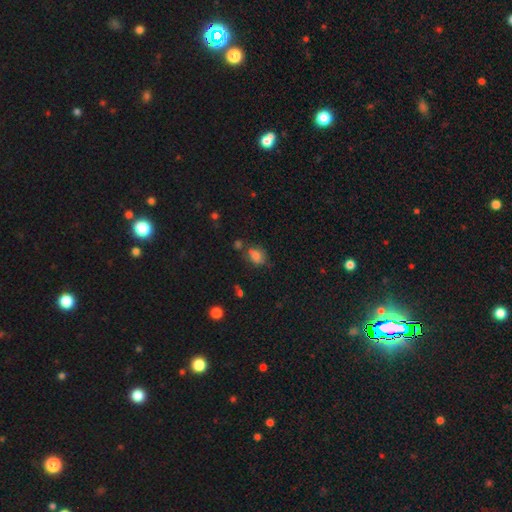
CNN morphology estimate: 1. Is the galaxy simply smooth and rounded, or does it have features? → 78% smooth, 13% star or artifact, 9% featured or disk.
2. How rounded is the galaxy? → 54% in between, 45% round, 1% cigar-shaped.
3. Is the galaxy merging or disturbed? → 59% none, 20% minor disturbance, 15% merger, 6% major disturbance.